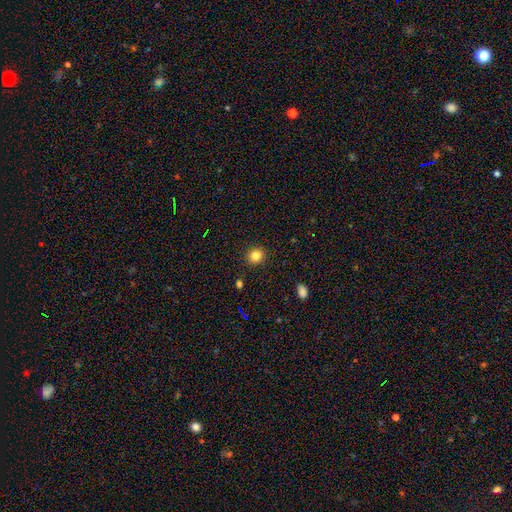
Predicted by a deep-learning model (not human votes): Q: Smooth or featured?
A: smooth (83%); runner-up: star or artifact (12%)
Q: How rounded?
A: round (81%); runner-up: in between (18%)
Q: Merging?
A: none (91%); runner-up: minor disturbance (6%)